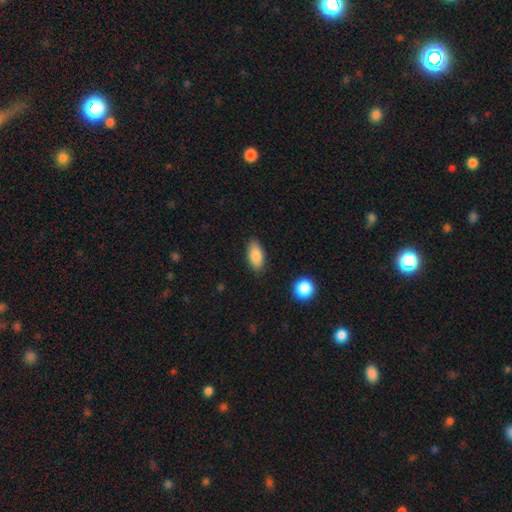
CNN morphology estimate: Overall: smooth (86%). How rounded: in between (89%). Merging: none (85%).